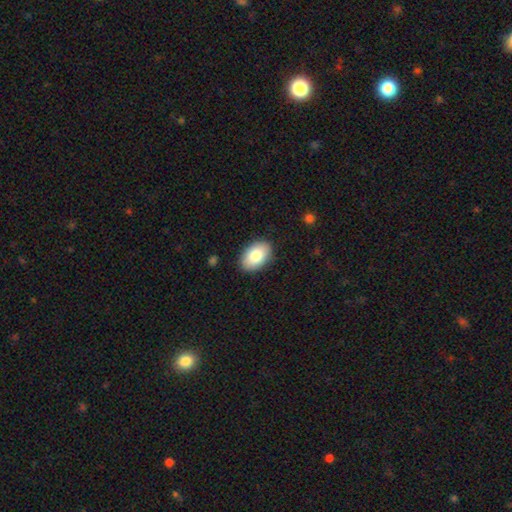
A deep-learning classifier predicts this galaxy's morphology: Smooth or featured? smooth (83%)
How rounded? in between (91%)
Merging? none (88%)